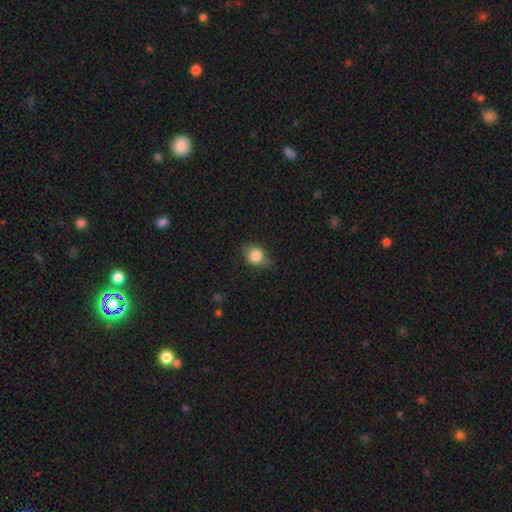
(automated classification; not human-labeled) smooth 82%, star or artifact 9%, featured or disk 9%. Down the decision tree: how rounded — in between (54%); merging — none (77%).